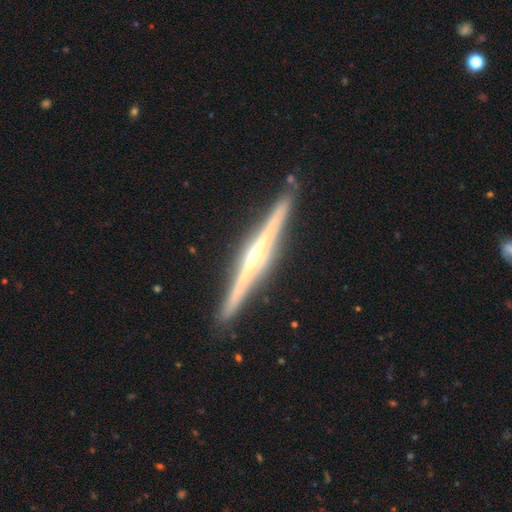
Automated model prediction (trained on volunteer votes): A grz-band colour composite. It shows a featured or disk galaxy (85%) viewed edge-on (98%) with a rounded central bulge (66%). Merging: none (90%).